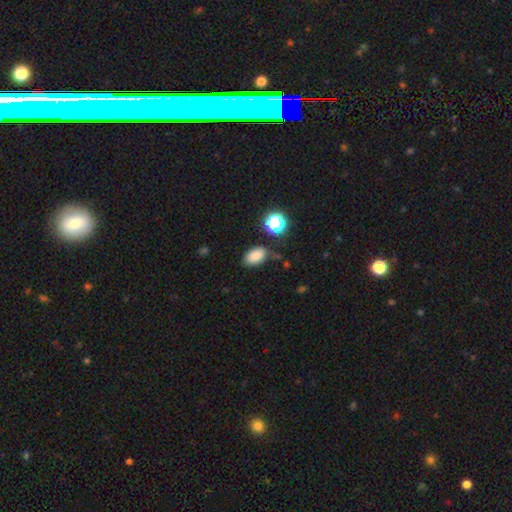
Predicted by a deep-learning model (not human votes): smooth_or_featured: smooth (p=0.83) [alt: star or artifact p=0.12]
how_rounded: in between (p=0.88) [alt: round p=0.10]
merging: none (p=0.76) [alt: minor disturbance p=0.15]